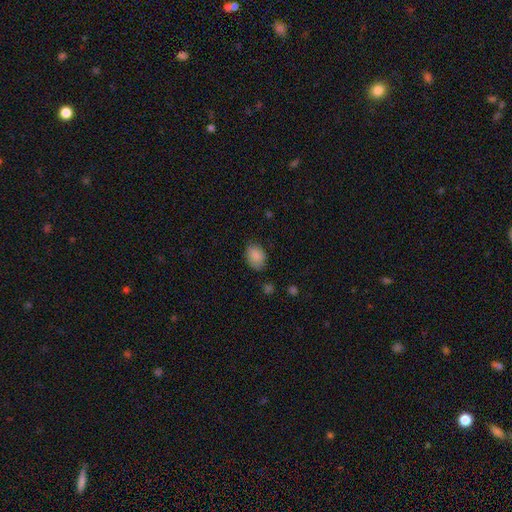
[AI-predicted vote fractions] Smooth or featured: smooth — 87% (star or artifact — 8%)
How rounded: in between — 76% (round — 23%)
Merging: none — 77% (minor disturbance — 18%)